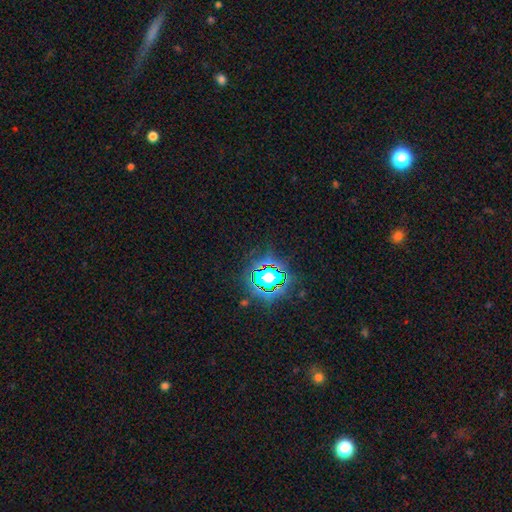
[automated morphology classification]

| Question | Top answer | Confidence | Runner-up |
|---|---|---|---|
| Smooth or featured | star or artifact | 80% | smooth (12%) |